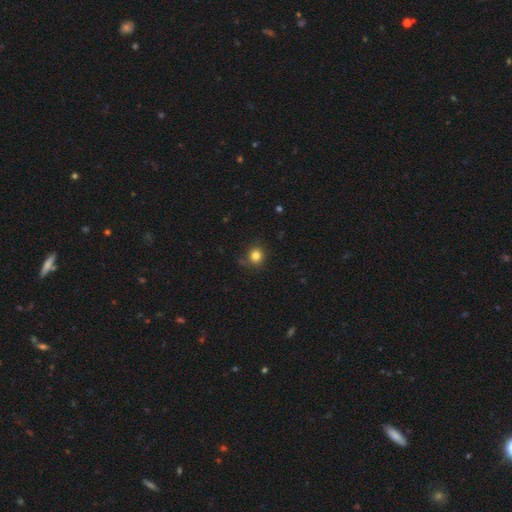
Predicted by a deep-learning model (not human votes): A smooth galaxy with no disk features (81%) that is round (89%).

Vote fractions:
- Smooth or featured? smooth: 81% / star or artifact: 13% / featured or disk: 5%
- How rounded? round: 89% / in between: 10% / cigar-shaped: 1%
- Merging? none: 83% / minor disturbance: 11% / major disturbance: 3% / merger: 2%